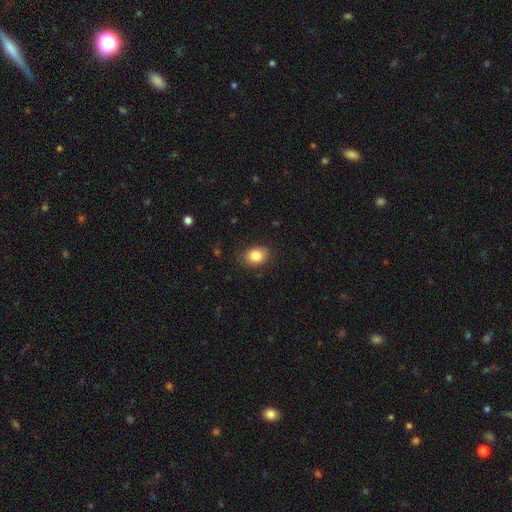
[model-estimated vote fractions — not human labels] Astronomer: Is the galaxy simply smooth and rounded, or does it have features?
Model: smooth — 84%.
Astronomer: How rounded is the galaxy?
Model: in between — 63%.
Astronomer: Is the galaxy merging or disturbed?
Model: none — 85%.